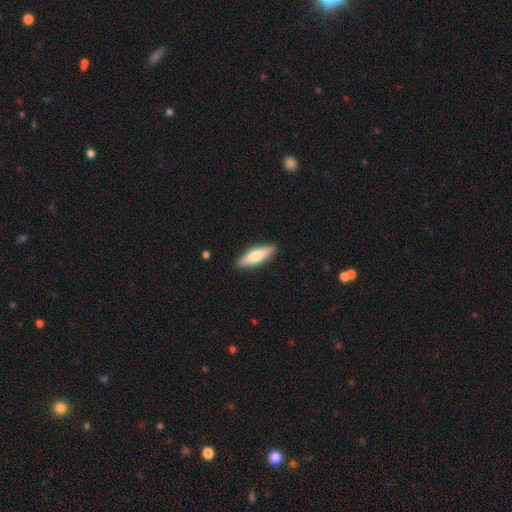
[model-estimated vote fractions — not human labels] smooth-or-featured: smooth: 68% | featured or disk: 27% | star or artifact: 5%
  how-rounded: cigar-shaped: 54% | in between: 44% | round: 2%
  merging: none: 89% | minor disturbance: 8% | major disturbance: 2% | merger: 1%